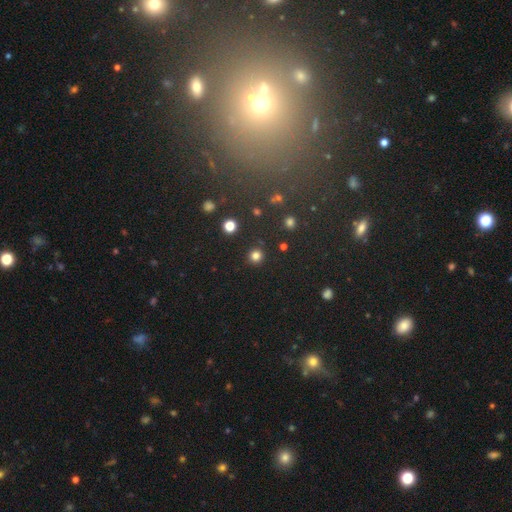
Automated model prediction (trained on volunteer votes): This appears to be a smooth galaxy with no disk features (80%) that is round (94%). Merging: none (91%).